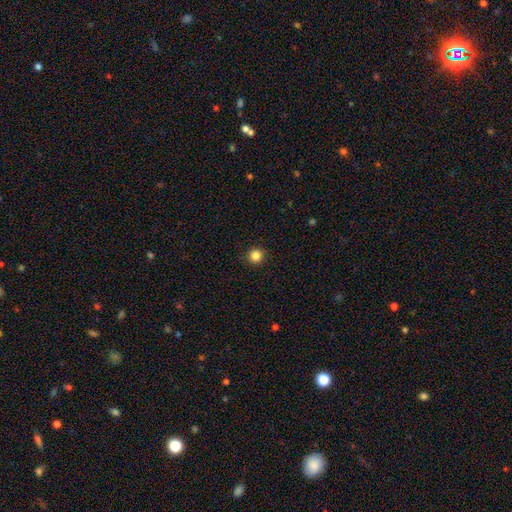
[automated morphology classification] This appears to be a smooth galaxy with no disk features (85%) that is round (95%). Merging: none (92%).